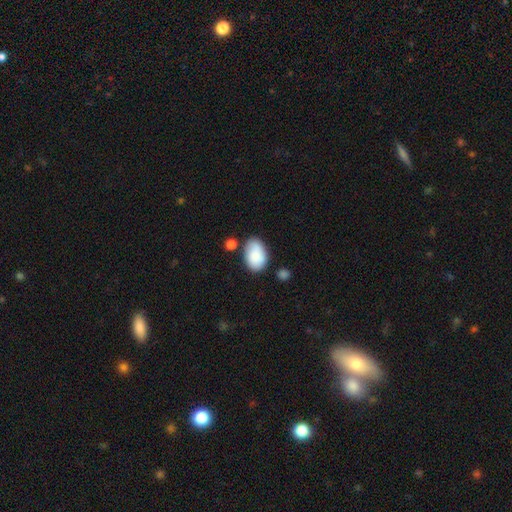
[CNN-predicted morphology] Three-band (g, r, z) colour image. It shows a smooth galaxy with no disk features (84%) that is in between round and cigar-shaped (89%). Merging: none (62%).